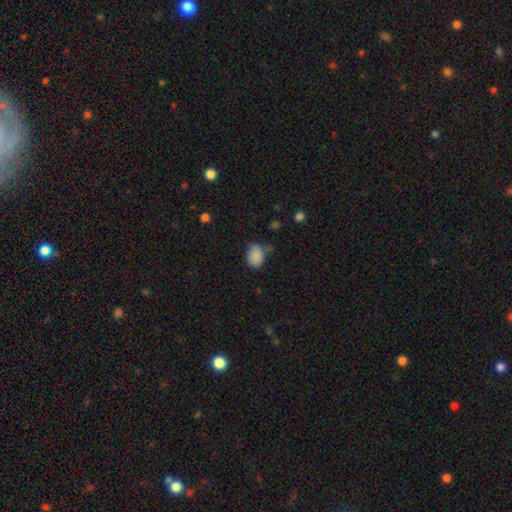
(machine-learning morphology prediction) Smooth or featured? Predicted: smooth (p=0.86). How rounded? Predicted: in between (p=0.72). Merging? Predicted: none (p=0.60).